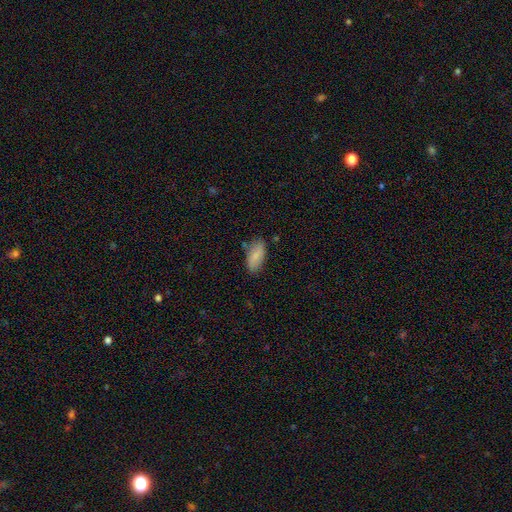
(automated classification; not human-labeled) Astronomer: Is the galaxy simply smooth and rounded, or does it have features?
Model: smooth — 79%.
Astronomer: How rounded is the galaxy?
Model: in between — 92%.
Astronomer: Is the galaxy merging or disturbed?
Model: none — 76%.